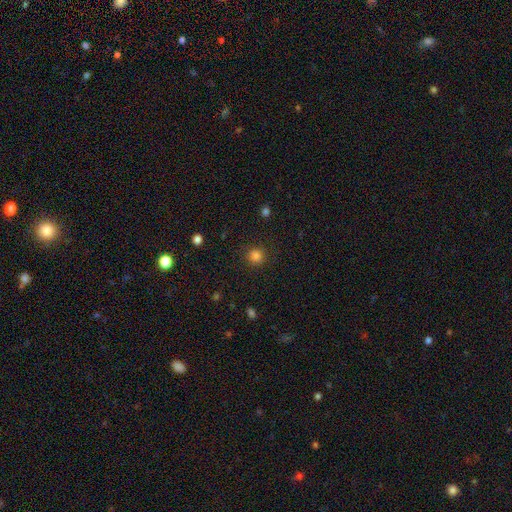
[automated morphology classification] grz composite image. It shows a smooth galaxy with no disk features (84%) that is round (92%). Merging: none (89%).